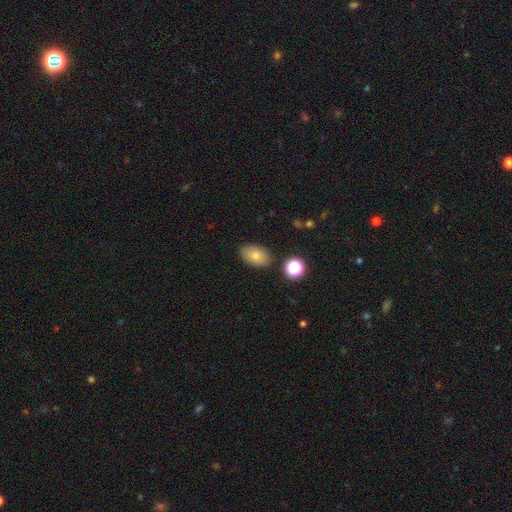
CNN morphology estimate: smooth-or-featured: smooth: 78% | featured or disk: 12% | star or artifact: 10%
  how-rounded: in between: 88% | round: 10% | cigar-shaped: 1%
  merging: none: 85% | minor disturbance: 10% | merger: 3% | major disturbance: 3%